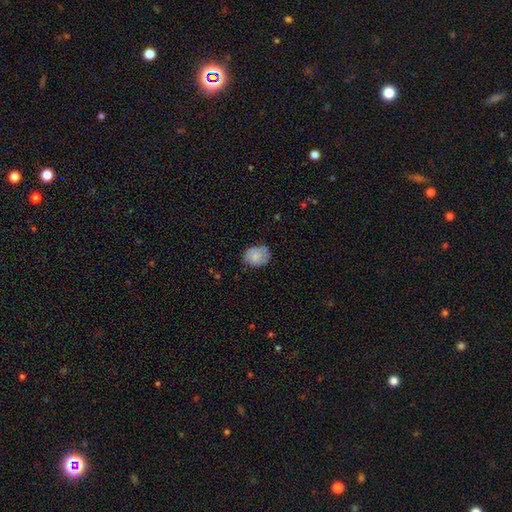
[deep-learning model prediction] Smooth or featured? smooth (80%)
How rounded? in between (55%)
Merging? none (70%)